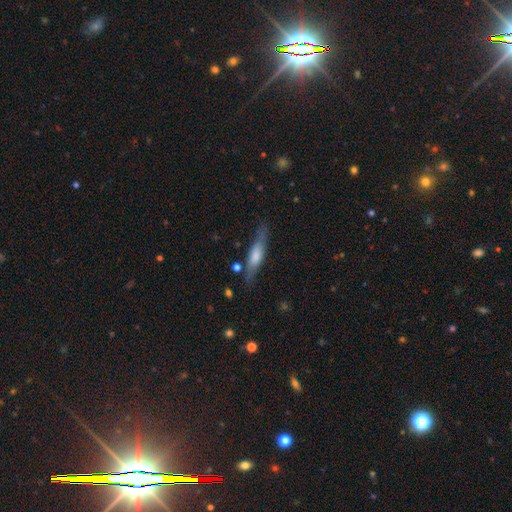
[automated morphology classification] Smooth or featured? Predicted: smooth (p=0.52). How rounded? Predicted: cigar-shaped (p=0.74). Merging? Predicted: none (p=0.73).